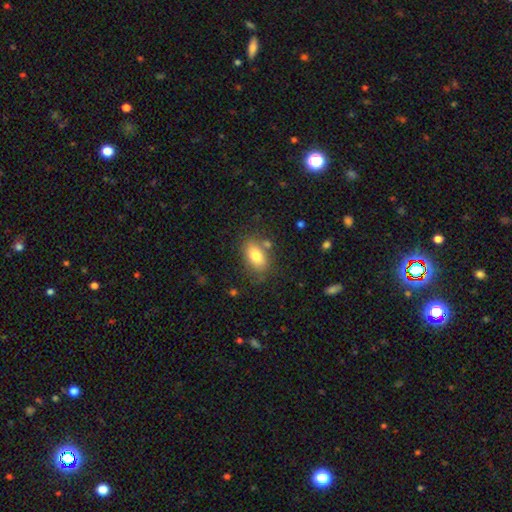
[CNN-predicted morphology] A smooth galaxy with no disk features (79%) that is in between round and cigar-shaped (88%). Merging: none (73%).